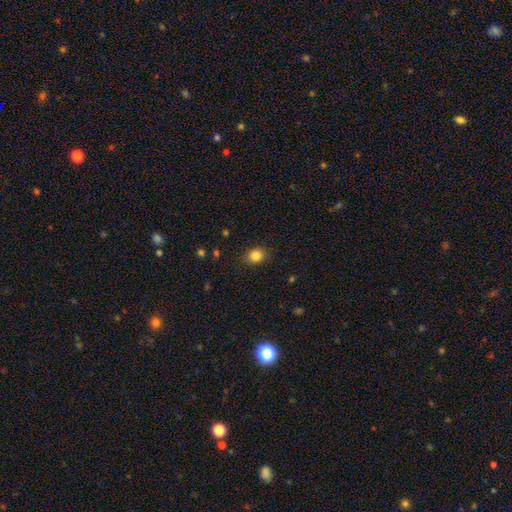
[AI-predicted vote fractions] A smooth galaxy with no disk features (85%) that is round (66%).

Vote fractions:
- Smooth or featured? smooth: 85% / star or artifact: 11% / featured or disk: 5%
- How rounded? round: 66% / in between: 33% / cigar-shaped: 1%
- Merging? none: 85% / minor disturbance: 11% / major disturbance: 3% / merger: 1%